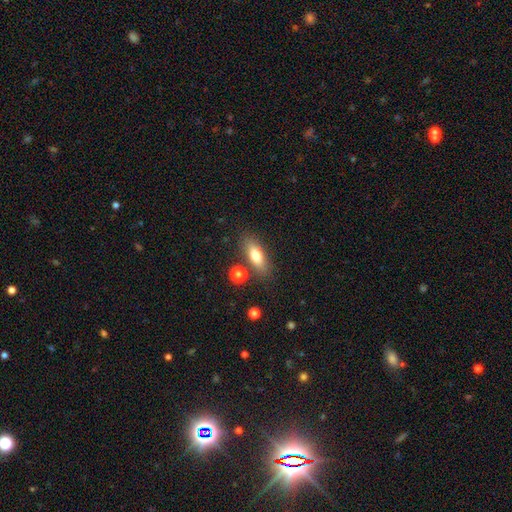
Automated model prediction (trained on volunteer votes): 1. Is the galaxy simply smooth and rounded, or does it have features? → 74% smooth, 18% featured or disk, 8% star or artifact.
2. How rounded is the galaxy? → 68% in between, 28% cigar-shaped, 5% round.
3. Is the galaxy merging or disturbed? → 78% none, 12% minor disturbance, 6% merger, 3% major disturbance.